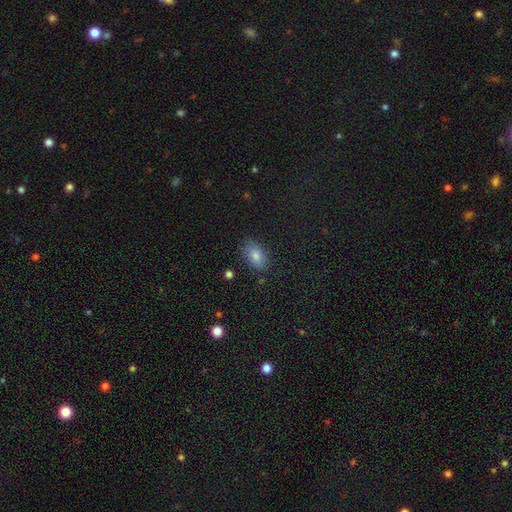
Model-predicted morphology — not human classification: smooth 78%, star or artifact 13%, featured or disk 9%. Down the decision tree: how rounded — in between (87%); merging — none (83%).